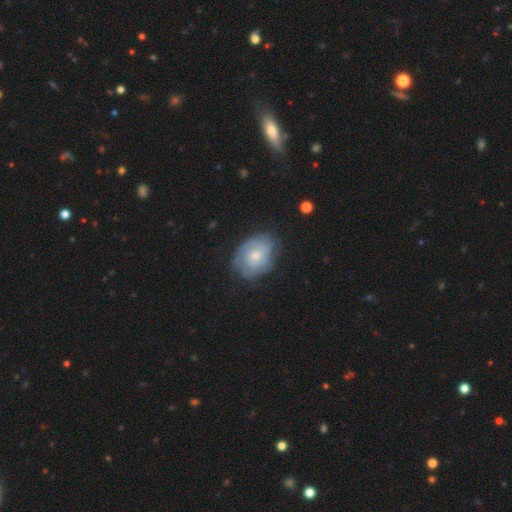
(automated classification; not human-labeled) smooth_or_featured: featured or disk (p=0.58) [alt: smooth p=0.35]
disk_edge_on: no (p=0.97) [alt: yes p=0.03]
bar: no (p=0.80) [alt: weak p=0.18]
has_spiral_arms: yes (p=0.77) [alt: no p=0.23]
bulge_size: moderate (p=0.51) [alt: small p=0.43]
merging: none (p=0.67) [alt: minor disturbance p=0.24]